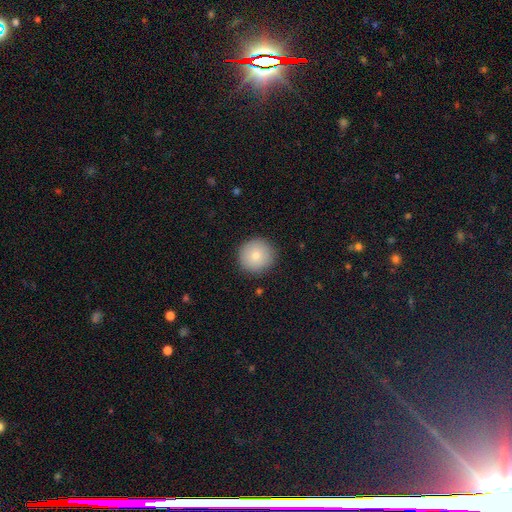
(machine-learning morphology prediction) A smooth galaxy with no disk features (81%) that is round (95%).

Vote fractions:
- Smooth or featured? smooth: 81% / featured or disk: 11% / star or artifact: 8%
- How rounded? round: 95% / in between: 4% / cigar-shaped: 1%
- Merging? none: 89% / minor disturbance: 7% / major disturbance: 2% / merger: 1%